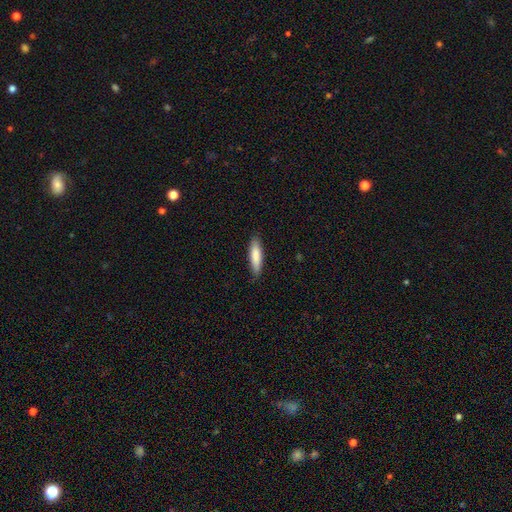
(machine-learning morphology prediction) A smooth galaxy with no disk features (84%) that is cigar-shaped (72%). Merging: none (86%).